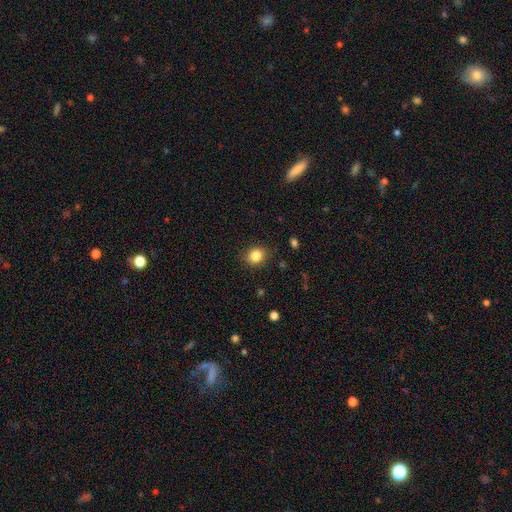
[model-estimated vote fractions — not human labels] A smooth galaxy with no disk features (84%) that is round (68%).

Vote fractions:
- Smooth or featured? smooth: 84% / star or artifact: 10% / featured or disk: 5%
- How rounded? round: 68% / in between: 31% / cigar-shaped: 1%
- Merging? none: 86% / minor disturbance: 10% / major disturbance: 3% / merger: 1%